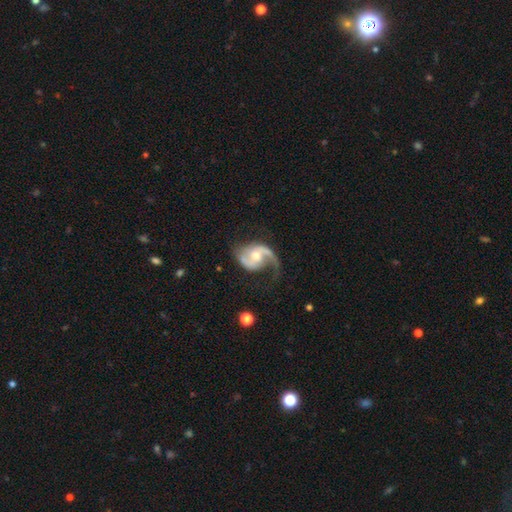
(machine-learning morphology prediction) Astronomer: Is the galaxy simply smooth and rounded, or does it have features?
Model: featured or disk — 88%.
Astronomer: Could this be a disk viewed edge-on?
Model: no — 98%.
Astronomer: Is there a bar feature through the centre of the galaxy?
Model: no — 48% (runner-up: weak, 40%).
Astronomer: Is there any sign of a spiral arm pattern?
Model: yes — 96%.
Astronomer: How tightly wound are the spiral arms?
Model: loose — 45% (runner-up: medium, 43%).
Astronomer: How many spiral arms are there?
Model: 2 — 75%.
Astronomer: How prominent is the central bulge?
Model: moderate — 64%.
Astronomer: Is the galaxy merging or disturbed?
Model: none — 55%.